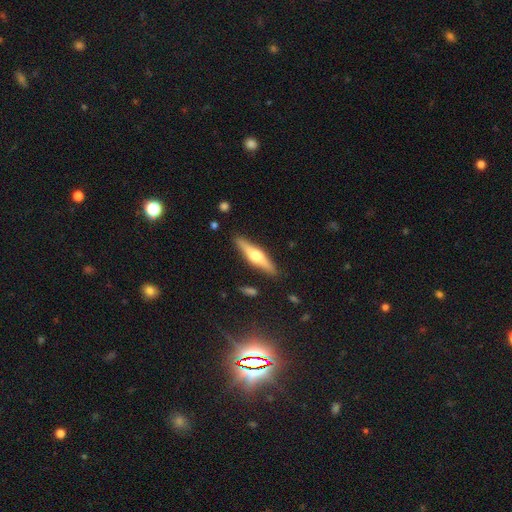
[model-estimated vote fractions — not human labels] This is likely a featured or disk galaxy (63%). It is clearly viewed edge-on (96%). Edge-on bulge: clearly rounded (92%). Merging: clearly none (88%).